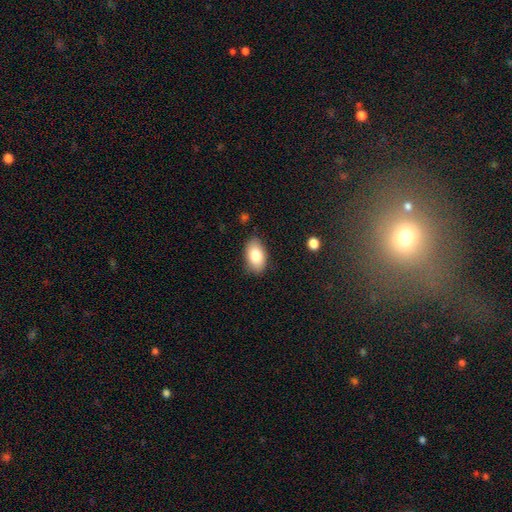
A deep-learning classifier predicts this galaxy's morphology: smooth-or-featured: smooth: 81% | featured or disk: 12% | star or artifact: 7%
  how-rounded: in between: 93% | round: 6% | cigar-shaped: 2%
  merging: none: 85% | minor disturbance: 11% | major disturbance: 2% | merger: 1%